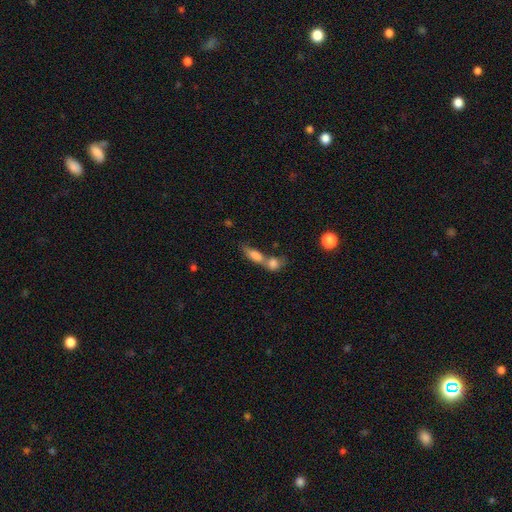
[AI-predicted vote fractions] smooth 77%, featured or disk 14%, star or artifact 9%. Down the decision tree: how rounded — in between (70%); merging — merger (68%).